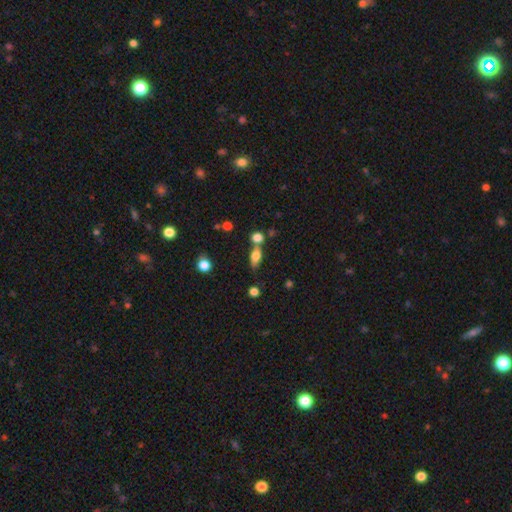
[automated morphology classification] Smooth or featured?
  - smooth: 70% *
  - featured or disk: 19%
  - star or artifact: 11%
How rounded?
  - in between: 73% *
  - cigar-shaped: 16%
  - round: 11%
Merging?
  - none: 46% *
  - merger: 35%
  - minor disturbance: 13%
  - major disturbance: 6%